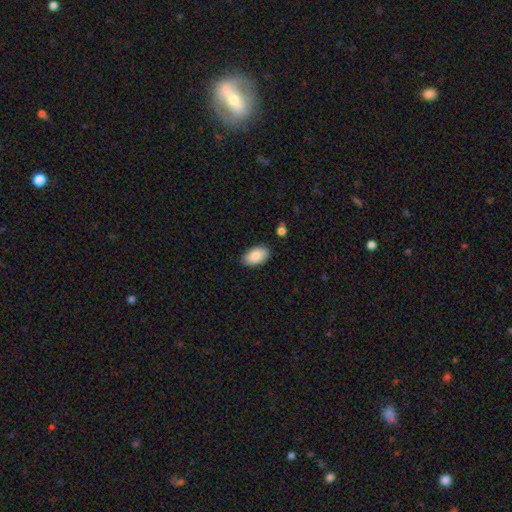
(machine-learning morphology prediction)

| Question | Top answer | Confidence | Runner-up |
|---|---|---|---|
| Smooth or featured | smooth | 86% | featured or disk (8%) |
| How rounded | in between | 94% | round (5%) |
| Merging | none | 86% | minor disturbance (10%) |